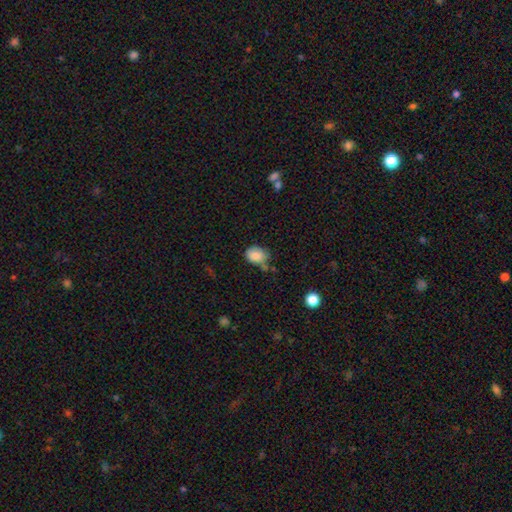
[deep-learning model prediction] Overall: smooth (82%). How rounded: in between (64%; round 35%). Merging: none (58%; minor disturbance 26%).